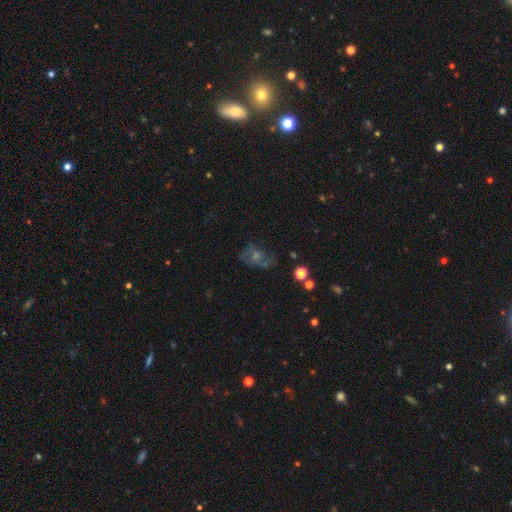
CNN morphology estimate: featured or disk 46%, smooth 29%, star or artifact 25%. Down the decision tree: merging — none (54%).